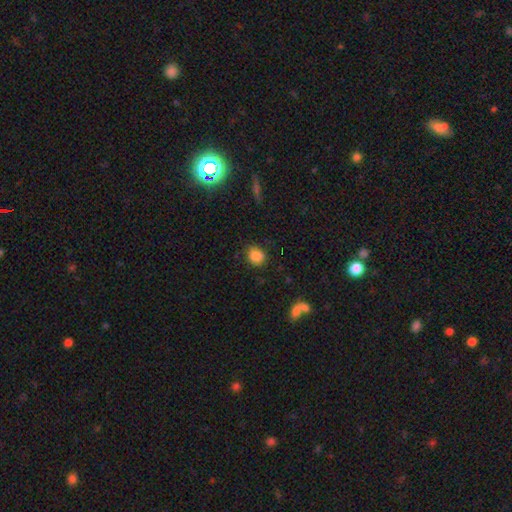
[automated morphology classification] type=smooth (84%); roundness=round (70%); merging=none (76%).